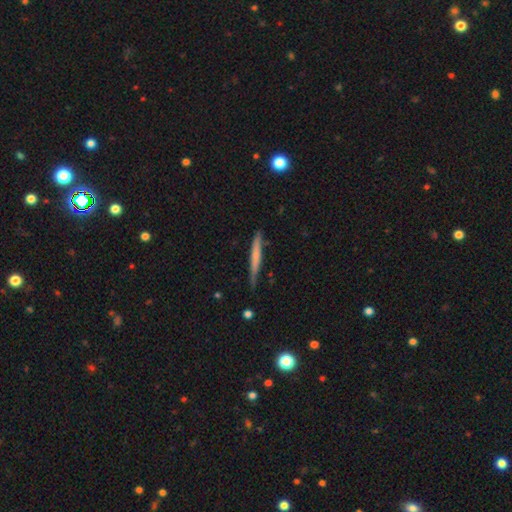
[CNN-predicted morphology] The model was most divided on "smooth or featured": smooth: 53%, featured or disk: 41%, star or artifact: 6%. More confident: how rounded — cigar-shaped (95%); merging — none (80%).